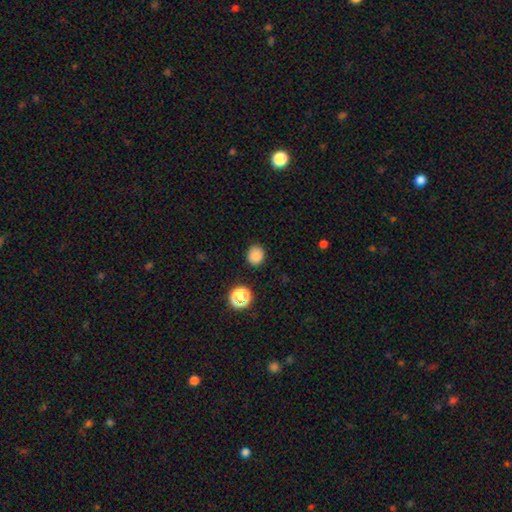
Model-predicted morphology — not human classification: A smooth galaxy with no disk features (83%) that is round (79%).

Vote fractions:
- Smooth or featured? smooth: 83% / star or artifact: 13% / featured or disk: 4%
- How rounded? round: 79% / in between: 20% / cigar-shaped: 1%
- Merging? none: 87% / minor disturbance: 9% / major disturbance: 3% / merger: 2%